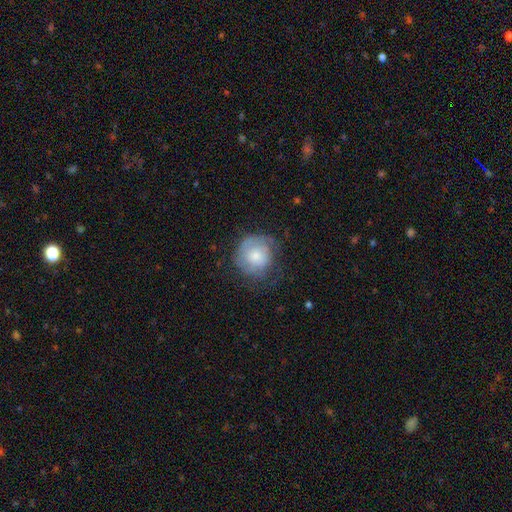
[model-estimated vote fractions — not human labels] Smooth or featured: smooth — 56% (featured or disk — 37%)
How rounded: round — 87% (in between — 12%)
Merging: none — 54% (minor disturbance — 26%)